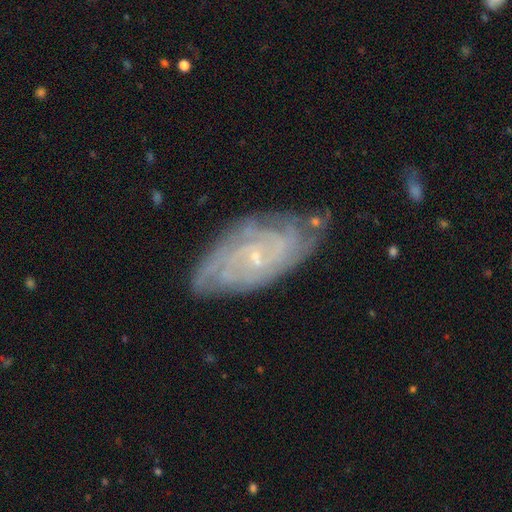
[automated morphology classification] A featured or disk galaxy (81%) with no bar (69%), tight (72%) spiral arms (94%) and a small central bulge (84%). Merging: none (73%).